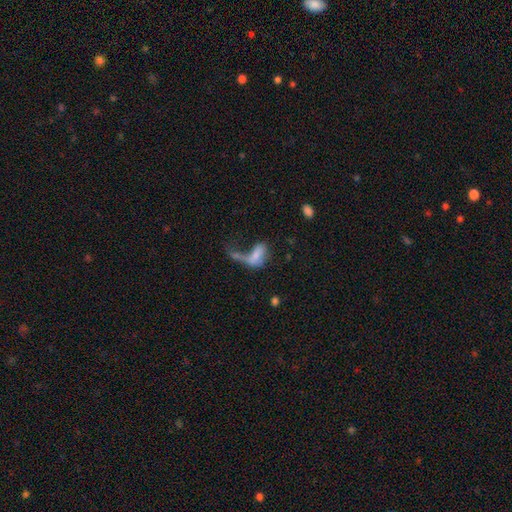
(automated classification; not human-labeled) Smooth or featured? Predicted: smooth (p=0.58). How rounded? Predicted: in between (p=0.80). Merging? Predicted: major disturbance (p=0.47).